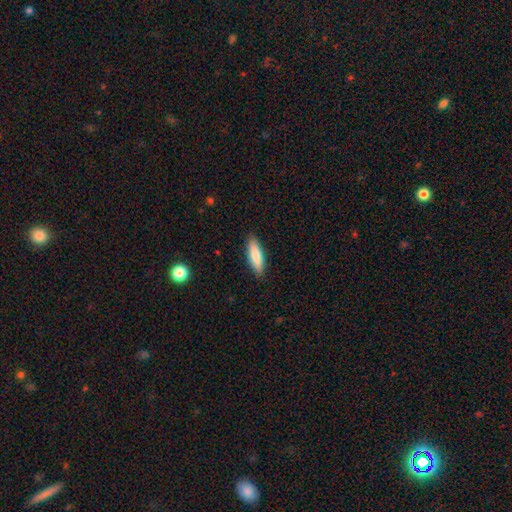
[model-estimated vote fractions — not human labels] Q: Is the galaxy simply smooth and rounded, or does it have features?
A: smooth — 82%.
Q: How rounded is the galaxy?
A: cigar-shaped — 57%.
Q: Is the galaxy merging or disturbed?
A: none — 89%.